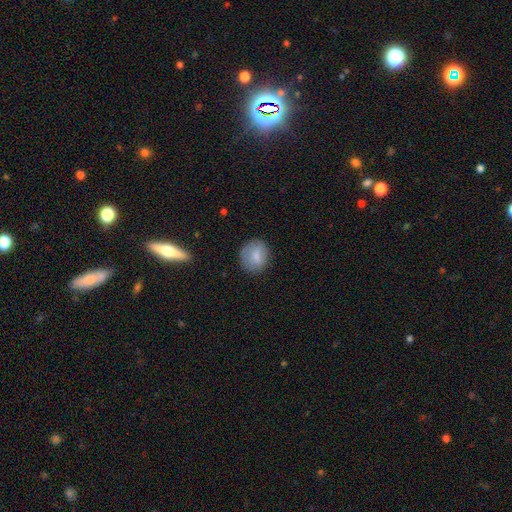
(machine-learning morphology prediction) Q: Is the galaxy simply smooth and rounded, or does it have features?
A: smooth — 77%.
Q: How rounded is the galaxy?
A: round — 71%.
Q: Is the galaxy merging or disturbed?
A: none — 79%.